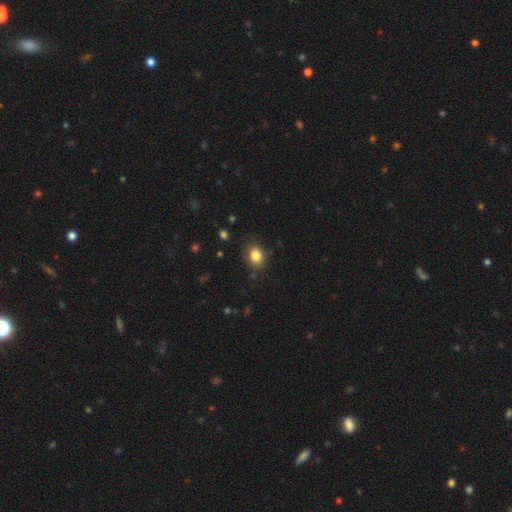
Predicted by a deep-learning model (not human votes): Smooth or featured? smooth (84%)
How rounded? in between (58%)
Merging? none (83%)